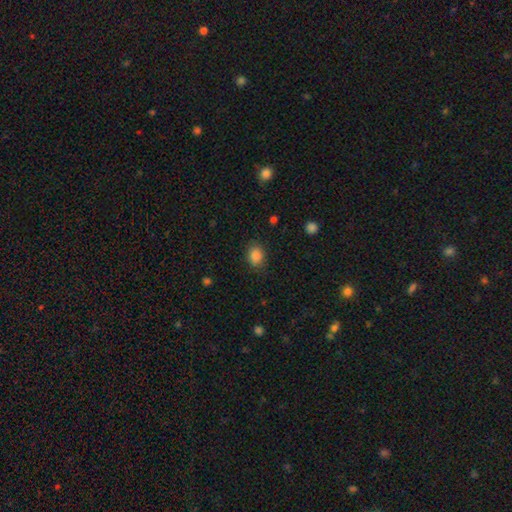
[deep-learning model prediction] smooth-or-featured: smooth: 86% | star or artifact: 10% | featured or disk: 4%
  how-rounded: in between: 54% | round: 45% | cigar-shaped: 1%
  merging: none: 80% | minor disturbance: 15% | major disturbance: 4% | merger: 1%